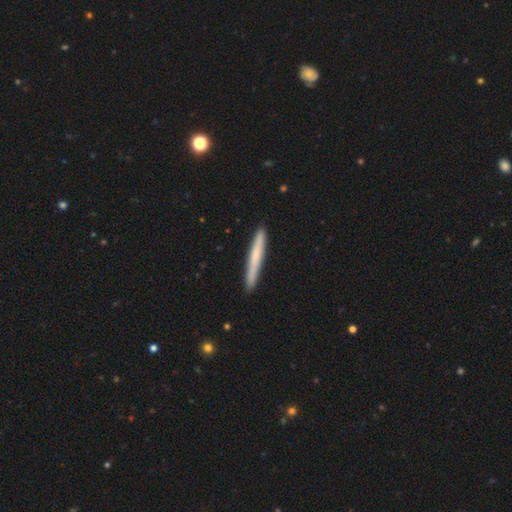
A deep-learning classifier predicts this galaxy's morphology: The model was most divided on "smooth or featured": smooth: 65%, featured or disk: 30%, star or artifact: 6%. More confident: how rounded — cigar-shaped (97%); merging — none (91%).